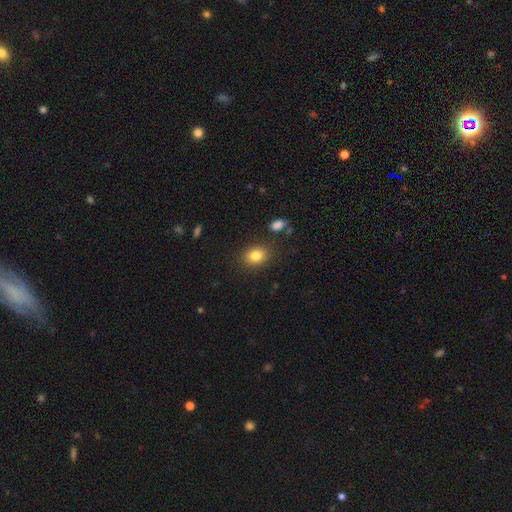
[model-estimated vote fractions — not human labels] A smooth galaxy with no disk features (83%) that is in between round and cigar-shaped (60%).

Vote fractions:
- Smooth or featured? smooth: 83% / star or artifact: 10% / featured or disk: 7%
- How rounded? in between: 60% / round: 39% / cigar-shaped: 1%
- Merging? none: 84% / minor disturbance: 10% / major disturbance: 3% / merger: 3%